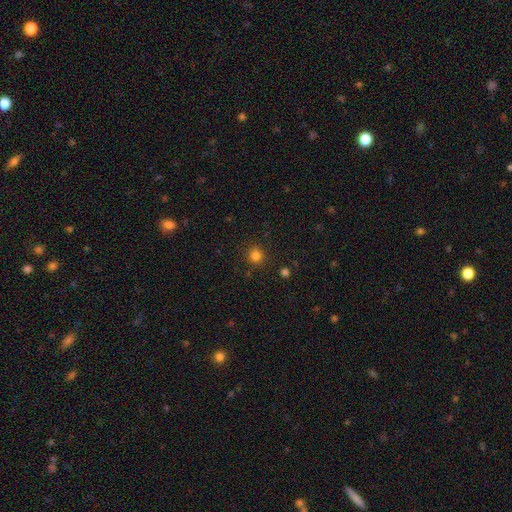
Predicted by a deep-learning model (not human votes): smooth-or-featured: smooth: 81% | star or artifact: 15% | featured or disk: 5%
  how-rounded: round: 90% | in between: 9% | cigar-shaped: 1%
  merging: none: 87% | minor disturbance: 8% | major disturbance: 3% | merger: 2%